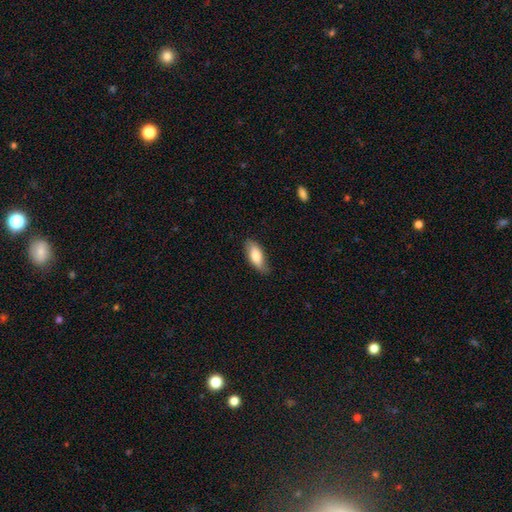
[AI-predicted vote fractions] Q: Smooth or featured?
A: smooth (74%); runner-up: featured or disk (20%)
Q: How rounded?
A: in between (80%); runner-up: cigar-shaped (17%)
Q: Merging?
A: none (73%); runner-up: minor disturbance (21%)